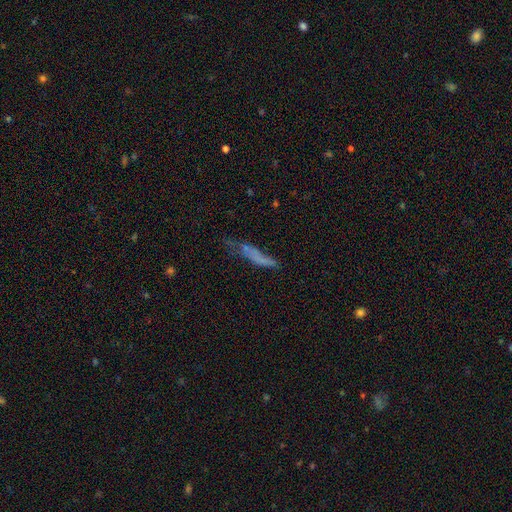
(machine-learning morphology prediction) type=smooth (55%); roundness=cigar-shaped (80%); merging=none (42%).